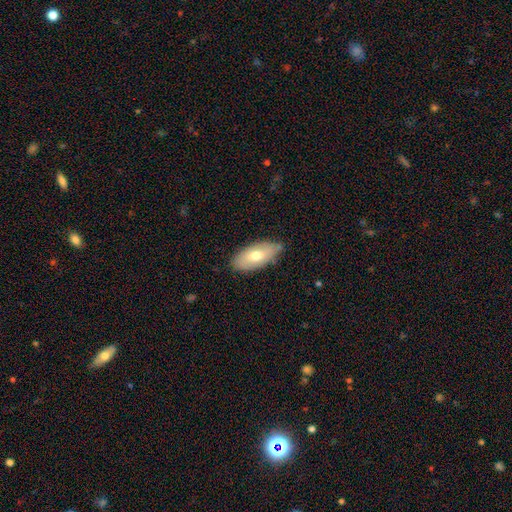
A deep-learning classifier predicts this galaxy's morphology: The model was most divided on "smooth or featured": smooth: 68%, featured or disk: 26%, star or artifact: 6%. More confident: how rounded — in between (89%); merging — none (78%).